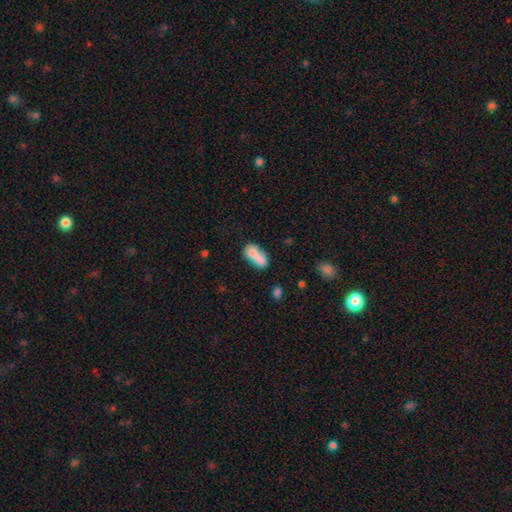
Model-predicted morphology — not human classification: type=smooth (75%); roundness=in between (75%); merging=merger (38%).